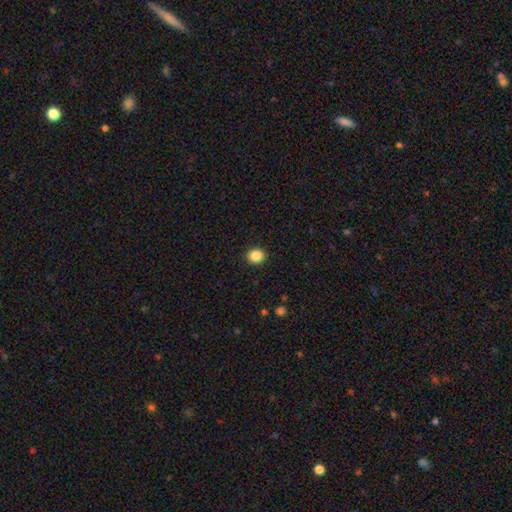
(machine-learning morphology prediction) The model was most divided on "how rounded": round: 76%, in between: 23%, cigar-shaped: 1%. More confident: merging — none (91%); smooth or featured — smooth (87%).